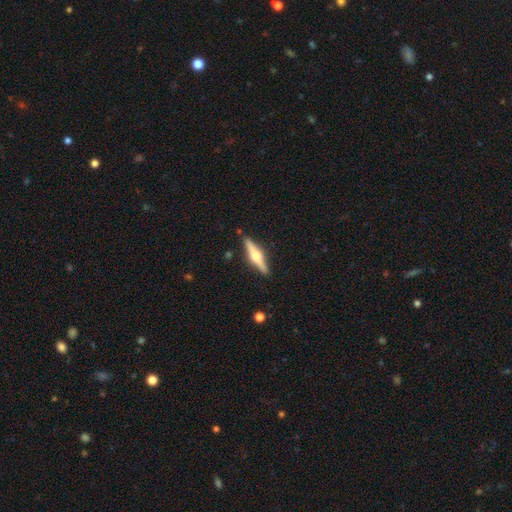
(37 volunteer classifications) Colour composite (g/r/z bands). It shows a featured or disk galaxy (65%) viewed edge-on (100%) with a rounded central bulge (92%). Merging: none (85%).